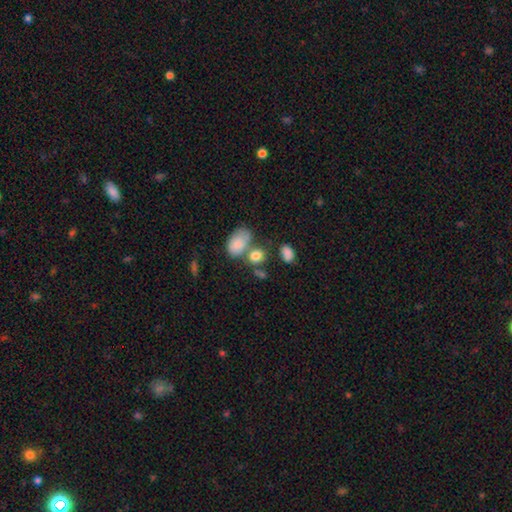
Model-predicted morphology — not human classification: A smooth galaxy with no disk features (81%) that is in between round and cigar-shaped (64%). Merging: none (48%).